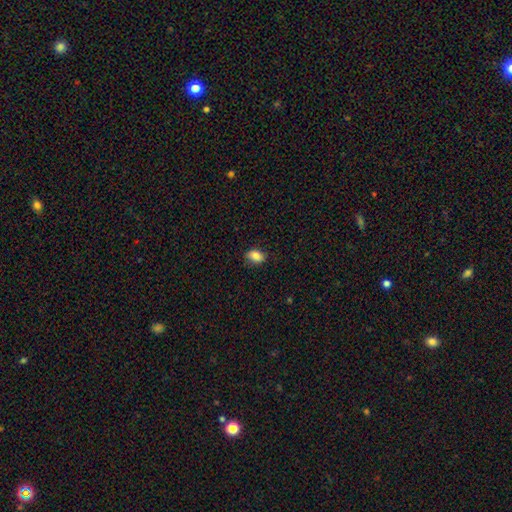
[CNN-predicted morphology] Smooth or featured? smooth (84%)
How rounded? in between (78%)
Merging? none (83%)